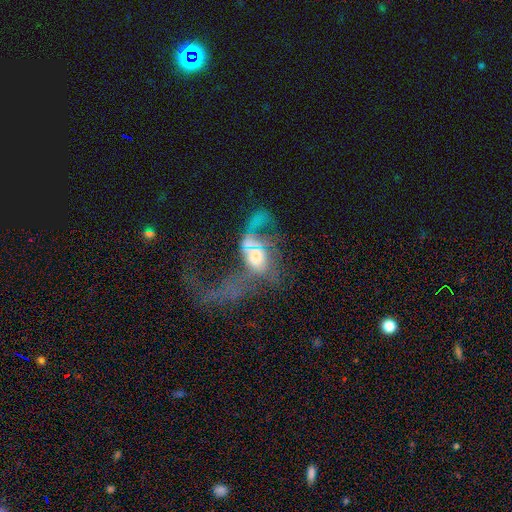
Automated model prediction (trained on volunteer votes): The model was most divided on "smooth or featured": featured or disk: 56%, smooth: 32%, star or artifact: 12%. More confident: edge-on disk — no (93%); bar — no (76%); spiral arms — no (63%); merging — major disturbance (57%); bulge size — moderate (52%).